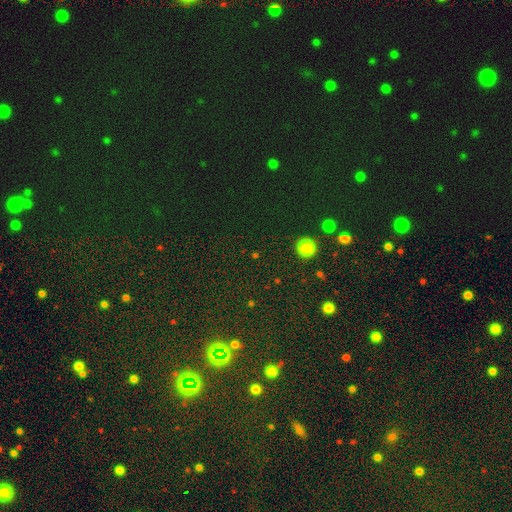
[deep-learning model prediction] A star or artifact, not a galaxy (57%).

Vote fractions:
- Smooth or featured? star or artifact: 57% / smooth: 37% / featured or disk: 6%